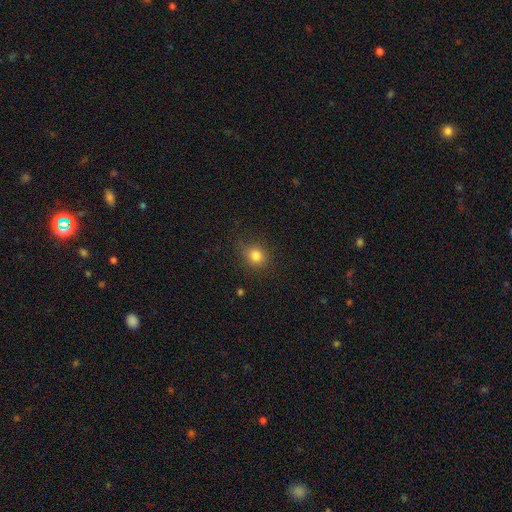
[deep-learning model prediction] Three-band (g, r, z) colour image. It shows a smooth galaxy with no disk features (82%) that is round (75%). Merging: none (81%).